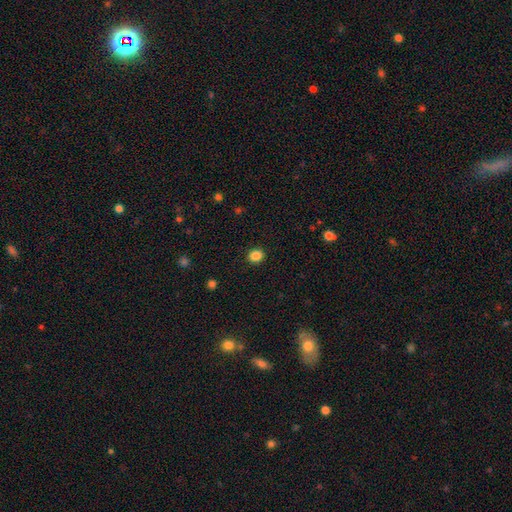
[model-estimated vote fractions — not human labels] Smooth or featured? Predicted: smooth (p=0.86). How rounded? Predicted: round (p=0.71). Merging? Predicted: none (p=0.91).